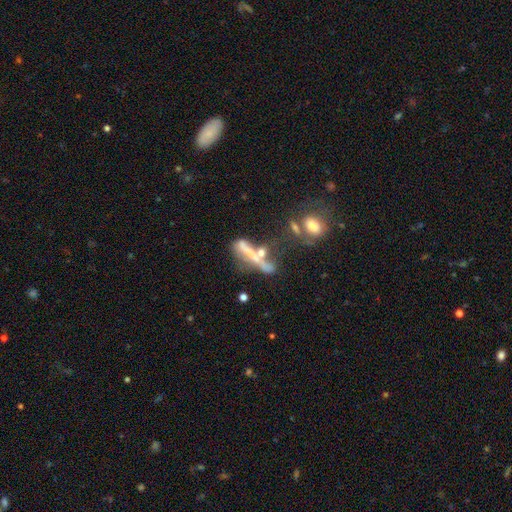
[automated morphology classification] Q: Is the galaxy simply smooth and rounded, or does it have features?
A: featured or disk — 55%.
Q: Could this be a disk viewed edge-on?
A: yes — 61%.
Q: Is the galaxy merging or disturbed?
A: none — 32%.